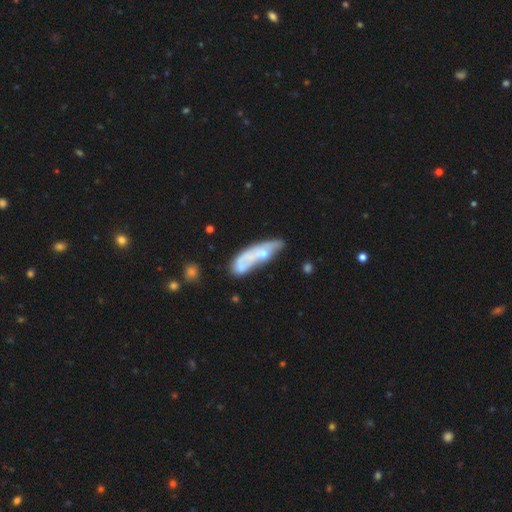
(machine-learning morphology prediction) A featured or disk galaxy (50%).

Vote fractions:
- Smooth or featured? featured or disk: 50% / smooth: 41% / star or artifact: 9%
- Merging? none: 38% / merger: 25% / minor disturbance: 21% / major disturbance: 16%